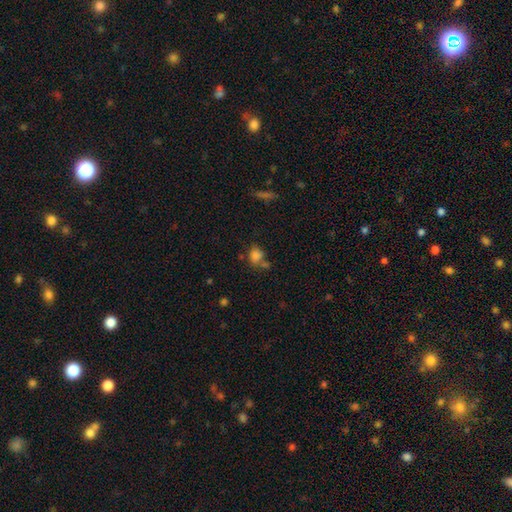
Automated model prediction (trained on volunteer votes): A smooth galaxy with no disk features (78%) that is in between round and cigar-shaped (53%).

Vote fractions:
- Smooth or featured? smooth: 78% / star or artifact: 13% / featured or disk: 9%
- How rounded? in between: 53% / round: 46% / cigar-shaped: 2%
- Merging? none: 48% / merger: 25% / minor disturbance: 18% / major disturbance: 8%